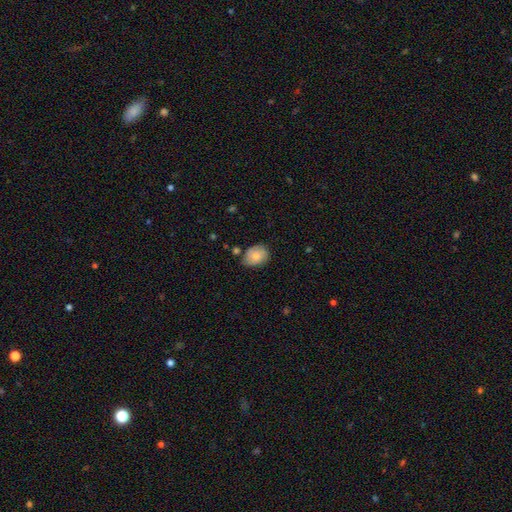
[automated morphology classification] smooth 73%, featured or disk 20%, star or artifact 7%. Down the decision tree: how rounded — in between (71%); merging — none (66%).